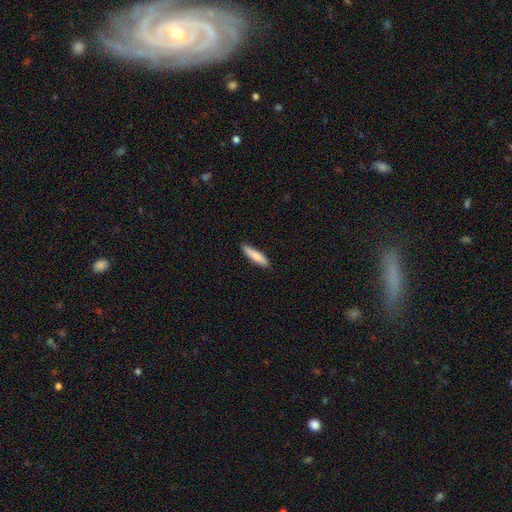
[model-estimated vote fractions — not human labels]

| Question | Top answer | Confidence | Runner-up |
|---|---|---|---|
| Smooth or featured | smooth | 82% | featured or disk (13%) |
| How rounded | cigar-shaped | 79% | in between (20%) |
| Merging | none | 88% | minor disturbance (9%) |